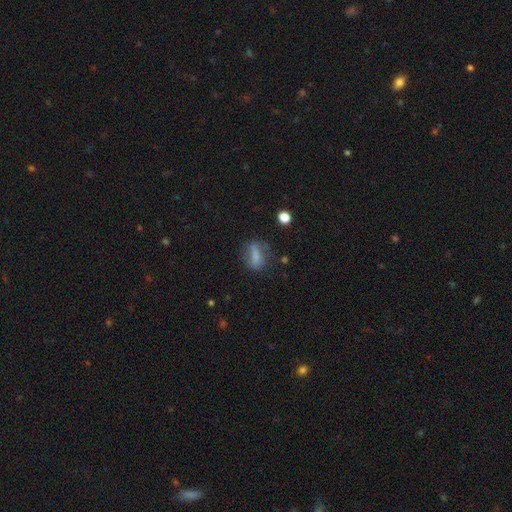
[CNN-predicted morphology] Smooth or featured?
  - smooth: 68% *
  - featured or disk: 20%
  - star or artifact: 12%
How rounded?
  - in between: 63% *
  - cigar-shaped: 22%
  - round: 15%
Merging?
  - none: 58% *
  - minor disturbance: 24%
  - major disturbance: 14%
  - merger: 4%